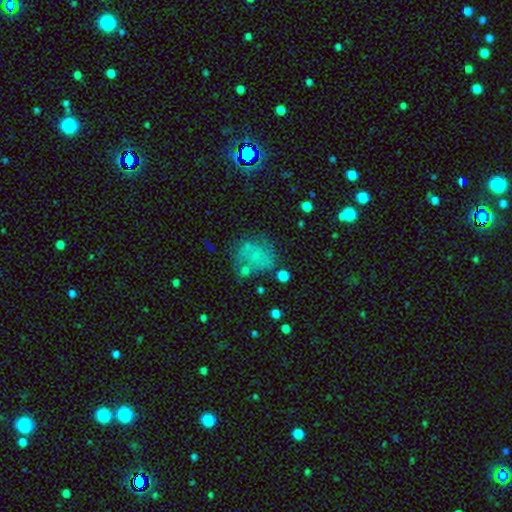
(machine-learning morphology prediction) A smooth galaxy with no disk features (46%). Merging: none (51%).